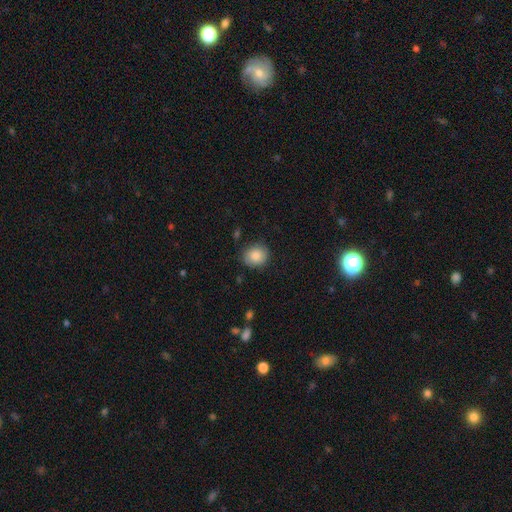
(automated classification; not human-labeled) smooth_or_featured: smooth (p=0.85) [alt: star or artifact p=0.08]
how_rounded: round (p=0.78) [alt: in between p=0.21]
merging: none (p=0.83) [alt: minor disturbance p=0.12]